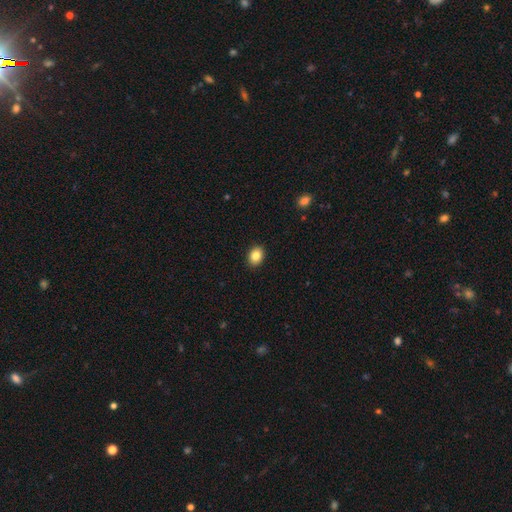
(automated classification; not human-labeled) Smooth or featured: smooth — 85% (star or artifact — 9%)
How rounded: in between — 62% (round — 37%)
Merging: none — 91% (minor disturbance — 6%)